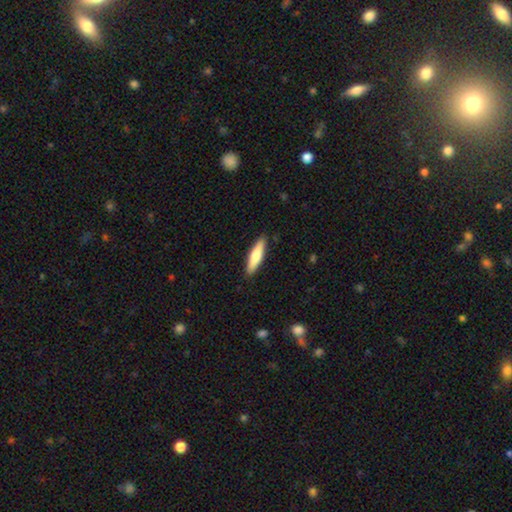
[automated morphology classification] Overall: smooth (69%). How rounded: cigar-shaped (73%). Merging: none (89%).